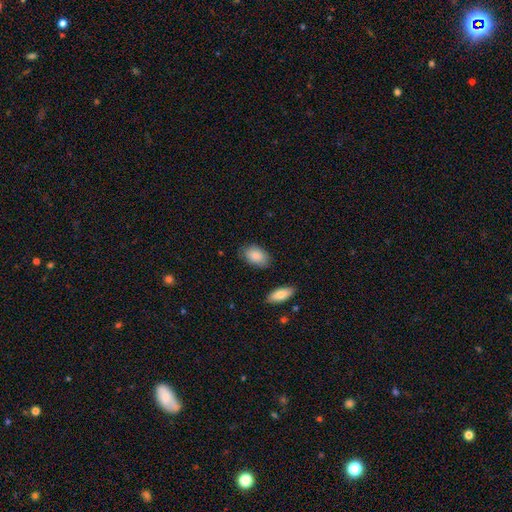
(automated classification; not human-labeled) Smooth or featured: smooth — 87% (featured or disk — 7%)
How rounded: in between — 91% (round — 7%)
Merging: none — 79% (minor disturbance — 15%)